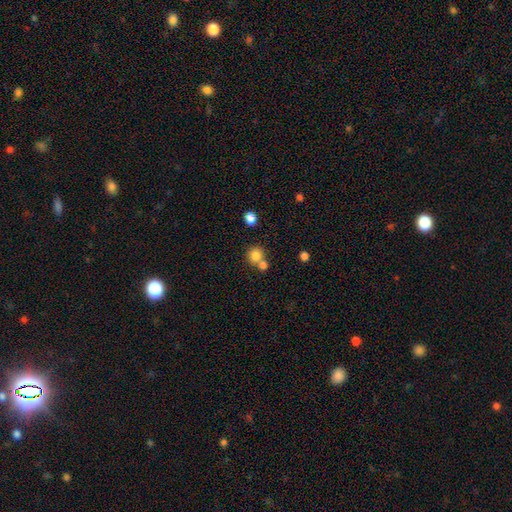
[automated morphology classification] A smooth galaxy with no disk features (81%) that is round (89%). Merging: none (59%).